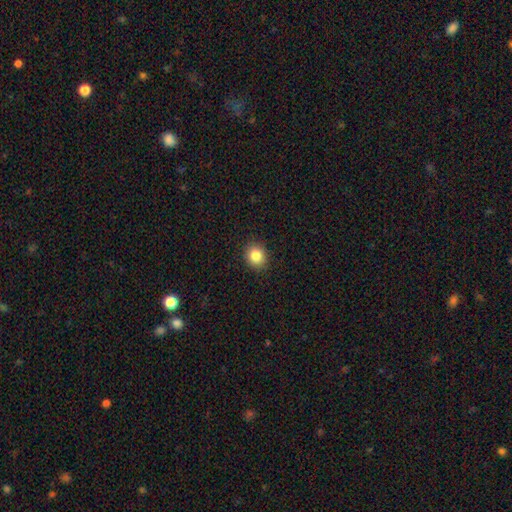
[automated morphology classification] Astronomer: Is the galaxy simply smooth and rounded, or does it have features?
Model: smooth — 84%.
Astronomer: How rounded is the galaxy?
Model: round — 71%.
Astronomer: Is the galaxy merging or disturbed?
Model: none — 91%.